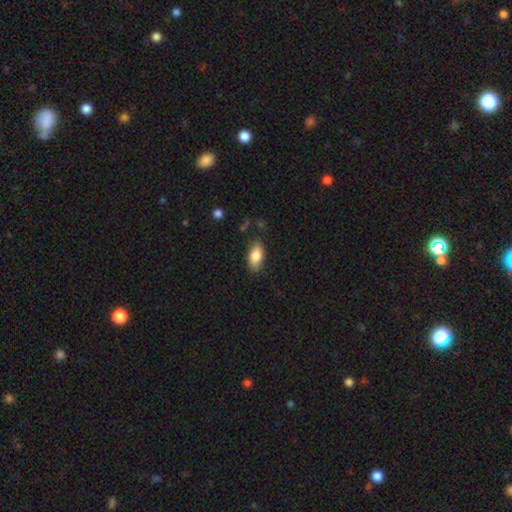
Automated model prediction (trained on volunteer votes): smooth_or_featured: smooth (p=0.83) [alt: featured or disk p=0.10]
how_rounded: in between (p=0.91) [alt: cigar-shaped p=0.05]
merging: none (p=0.79) [alt: minor disturbance p=0.15]